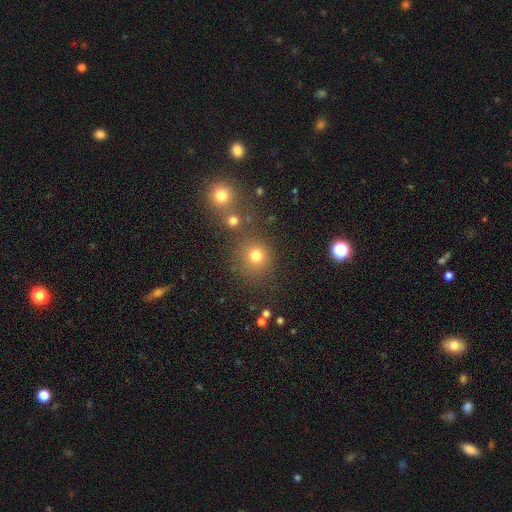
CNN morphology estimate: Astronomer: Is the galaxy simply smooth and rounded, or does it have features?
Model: smooth — 75%.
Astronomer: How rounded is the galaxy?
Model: round — 89%.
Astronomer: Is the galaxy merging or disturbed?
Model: none — 74%.